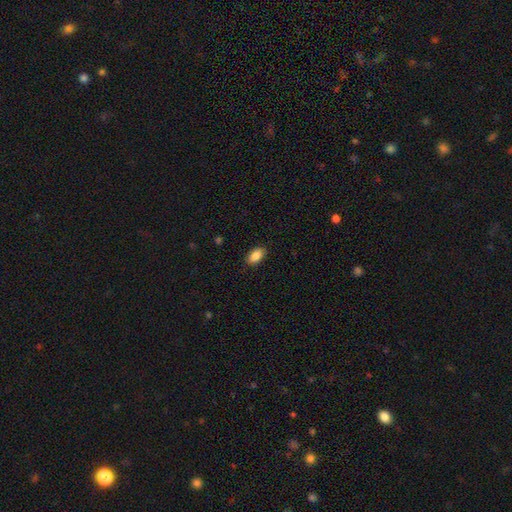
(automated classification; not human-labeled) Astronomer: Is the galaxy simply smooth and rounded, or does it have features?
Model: smooth — 88%.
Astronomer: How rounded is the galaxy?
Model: in between — 92%.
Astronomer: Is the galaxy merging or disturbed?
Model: none — 88%.